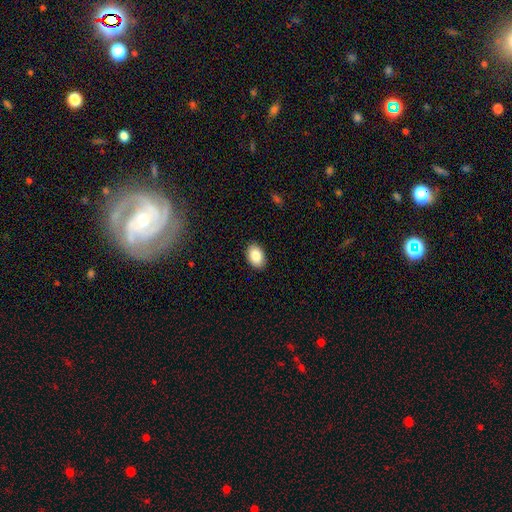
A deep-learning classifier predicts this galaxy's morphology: Smooth or featured?
  - smooth: 86% *
  - star or artifact: 7%
  - featured or disk: 6%
How rounded?
  - in between: 84% *
  - round: 15%
  - cigar-shaped: 1%
Merging?
  - none: 89% *
  - minor disturbance: 8%
  - major disturbance: 2%
  - merger: 1%